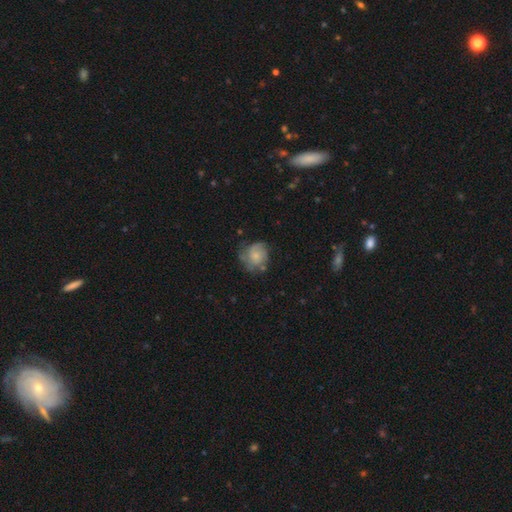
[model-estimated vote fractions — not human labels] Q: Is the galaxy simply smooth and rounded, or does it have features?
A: featured or disk — 53%.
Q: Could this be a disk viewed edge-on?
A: no — 98%.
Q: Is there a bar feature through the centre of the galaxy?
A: no — 80%.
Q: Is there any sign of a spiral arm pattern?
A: yes — 80%.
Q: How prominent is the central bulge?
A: small — 57%.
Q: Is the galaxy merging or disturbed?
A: none — 56%.